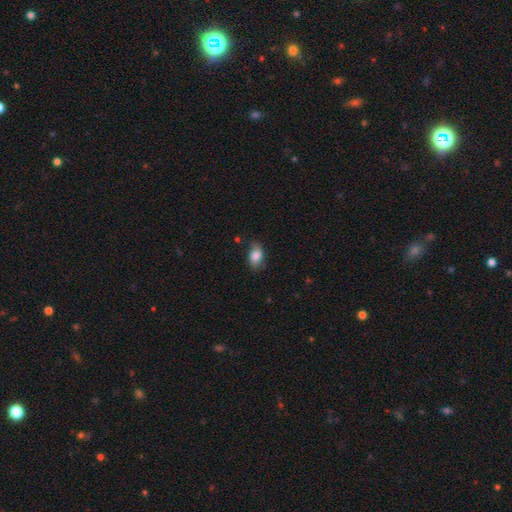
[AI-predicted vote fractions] Smooth or featured: smooth — 80% (featured or disk — 12%)
How rounded: in between — 86% (round — 11%)
Merging: none — 68% (minor disturbance — 24%)